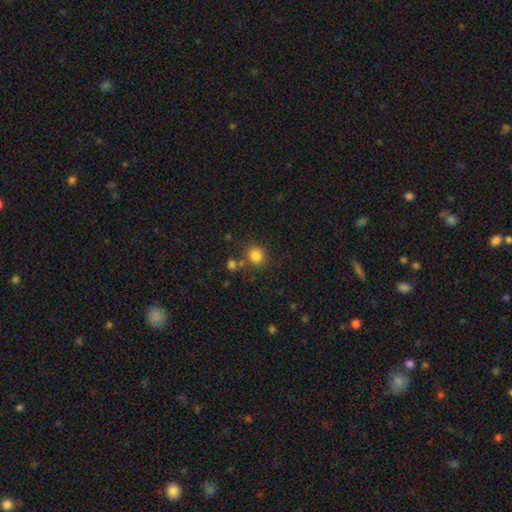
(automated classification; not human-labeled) This appears to be a smooth galaxy with no disk features (83%) that is round (84%). Merging: none (77%).